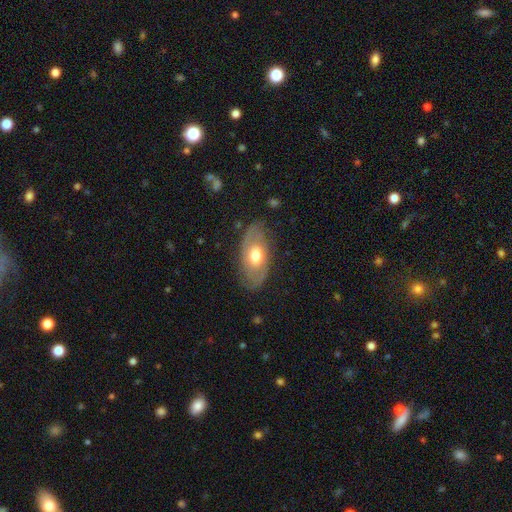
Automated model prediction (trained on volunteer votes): This appears to be a smooth galaxy with no disk features (50%) that is in between round and cigar-shaped (91%). Merging: none (75%).